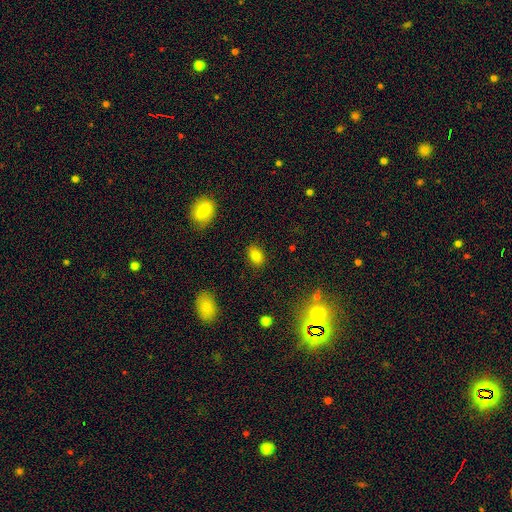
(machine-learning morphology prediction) Smooth or featured: smooth — 82% (star or artifact — 11%)
How rounded: in between — 82% (round — 16%)
Merging: none — 86% (minor disturbance — 10%)